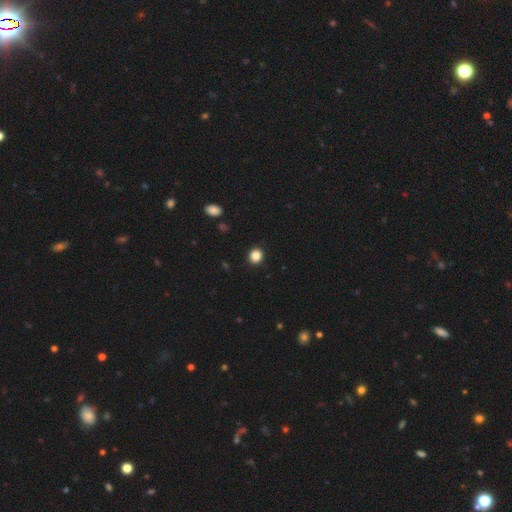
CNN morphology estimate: A smooth galaxy with no disk features (86%) that is round (86%).

Vote fractions:
- Smooth or featured? smooth: 86% / star or artifact: 11% / featured or disk: 3%
- How rounded? round: 86% / in between: 13% / cigar-shaped: 1%
- Merging? none: 92% / minor disturbance: 5% / major disturbance: 2% / merger: 1%